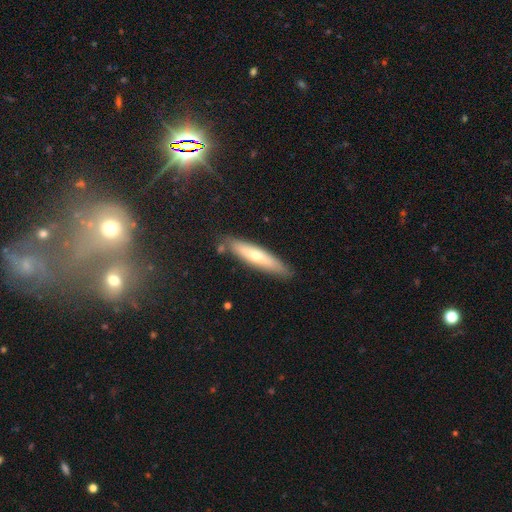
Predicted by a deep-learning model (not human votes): Q: Smooth or featured?
A: smooth (57%); runner-up: featured or disk (37%)
Q: How rounded?
A: cigar-shaped (84%); runner-up: in between (15%)
Q: Merging?
A: none (83%); runner-up: minor disturbance (12%)